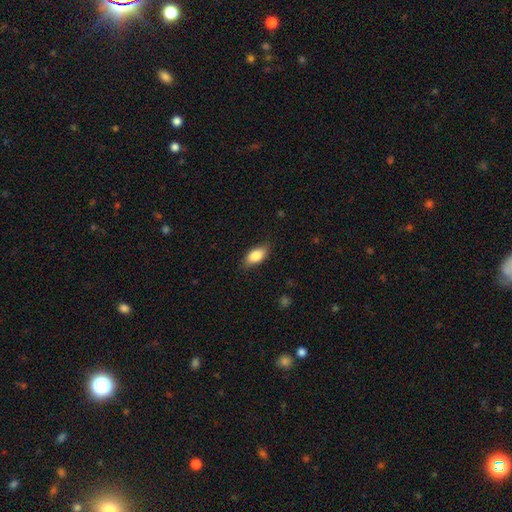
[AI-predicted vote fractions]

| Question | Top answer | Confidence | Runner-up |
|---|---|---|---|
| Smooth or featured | smooth | 84% | featured or disk (9%) |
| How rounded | in between | 89% | cigar-shaped (6%) |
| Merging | none | 83% | minor disturbance (14%) |